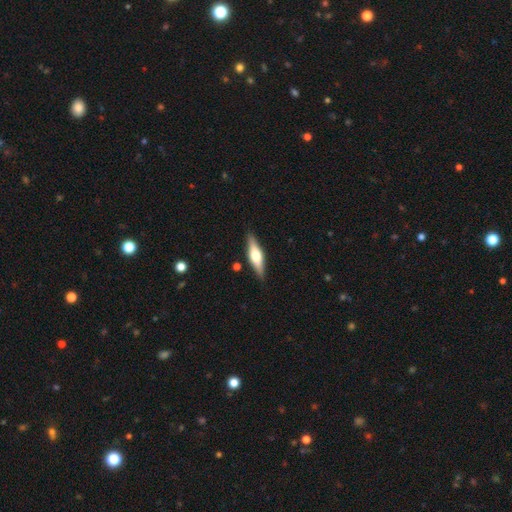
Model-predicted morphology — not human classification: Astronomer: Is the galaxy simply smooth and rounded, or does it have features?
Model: featured or disk — 56% (runner-up: smooth, 38%).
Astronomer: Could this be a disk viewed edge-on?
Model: yes — 94%.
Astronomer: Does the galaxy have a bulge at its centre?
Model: rounded — 91%.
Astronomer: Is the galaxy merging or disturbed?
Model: none — 87%.